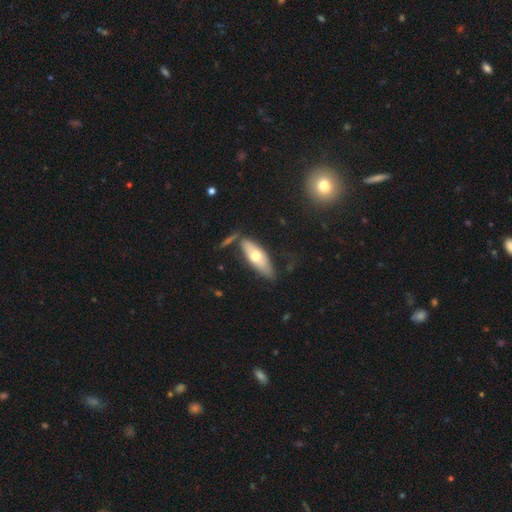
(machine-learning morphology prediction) A smooth galaxy with no disk features (54%) that is in between round and cigar-shaped (66%).

Vote fractions:
- Smooth or featured? smooth: 54% / featured or disk: 40% / star or artifact: 6%
- How rounded? in between: 66% / cigar-shaped: 31% / round: 2%
- Merging? none: 66% / minor disturbance: 20% / merger: 8% / major disturbance: 6%